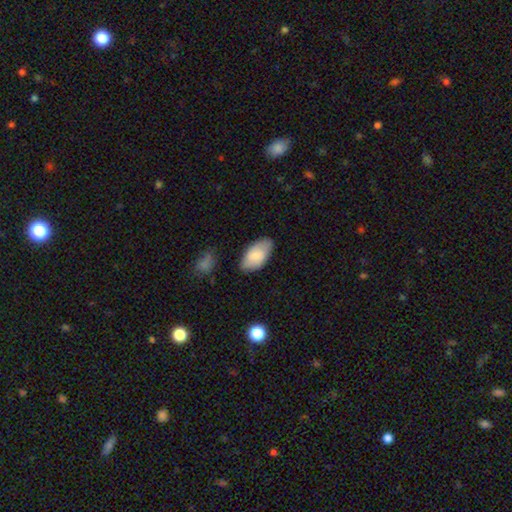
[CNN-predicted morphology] smooth-or-featured: smooth: 72% | featured or disk: 22% | star or artifact: 6%
  how-rounded: in between: 95% | round: 3% | cigar-shaped: 2%
  merging: none: 76% | minor disturbance: 18% | major disturbance: 3% | merger: 2%